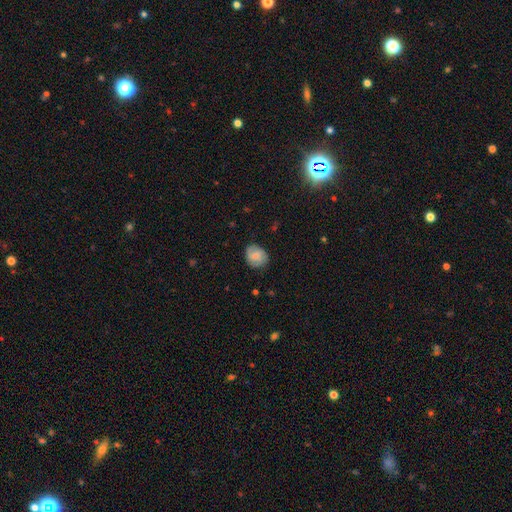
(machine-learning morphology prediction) type=smooth (70%); roundness=round (70%); merging=none (77%).